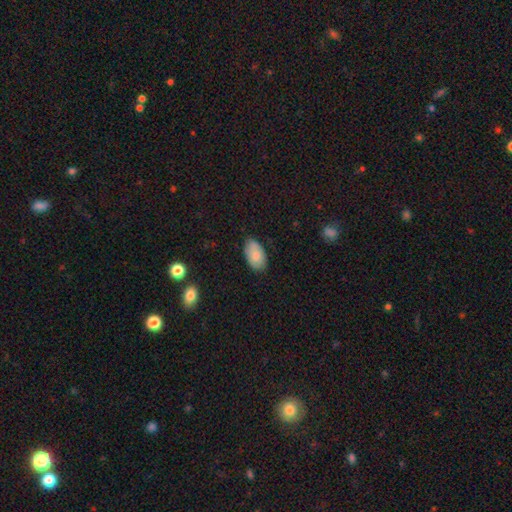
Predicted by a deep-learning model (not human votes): Overall: smooth (82%). How rounded: in between (94%). Merging: none (79%).